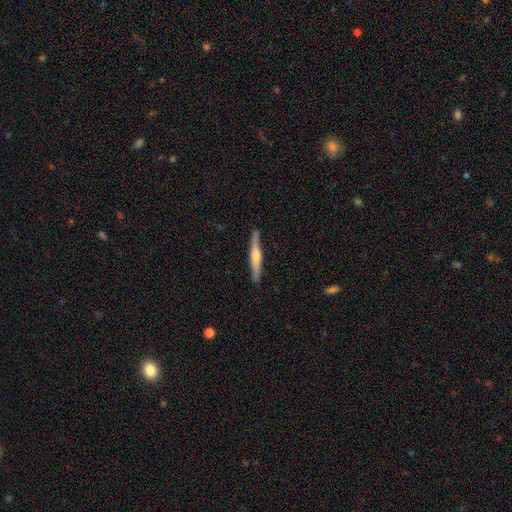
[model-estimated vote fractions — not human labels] A featured or disk galaxy (61%) viewed edge-on (97%) with a rounded central bulge (75%). Merging: none (90%).